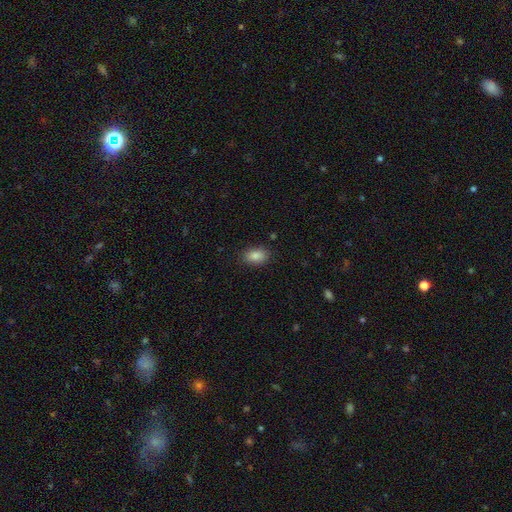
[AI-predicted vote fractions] Q: Smooth or featured?
A: smooth (86%); runner-up: star or artifact (8%)
Q: How rounded?
A: in between (88%); runner-up: round (10%)
Q: Merging?
A: none (86%); runner-up: minor disturbance (11%)